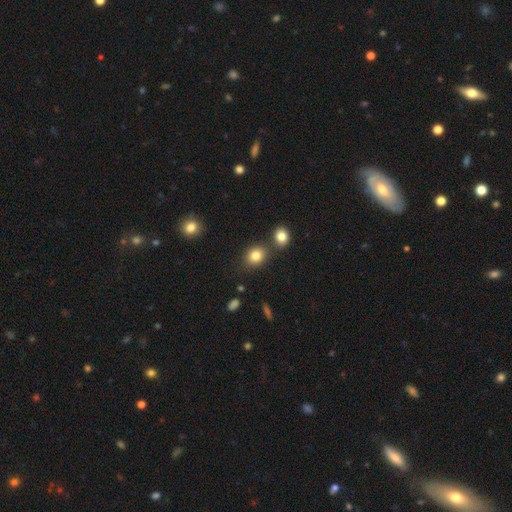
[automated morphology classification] smooth_or_featured: smooth (p=0.82) [alt: star or artifact p=0.10]
how_rounded: round (p=0.58) [alt: in between p=0.41]
merging: none (p=0.69) [alt: merger p=0.17]